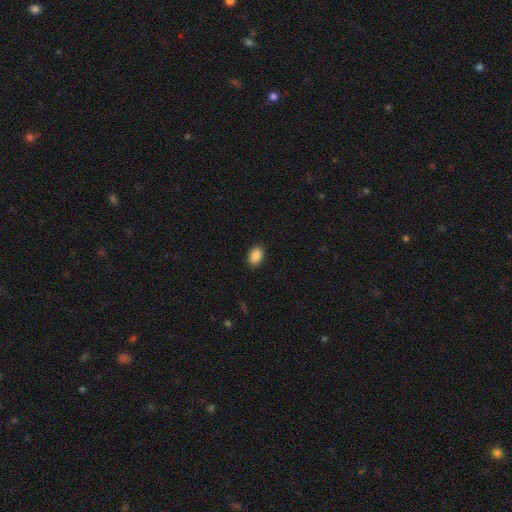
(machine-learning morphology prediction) smooth_or_featured: smooth (p=0.89) [alt: star or artifact p=0.08]
how_rounded: in between (p=0.88) [alt: round p=0.11]
merging: none (p=0.90) [alt: minor disturbance p=0.07]